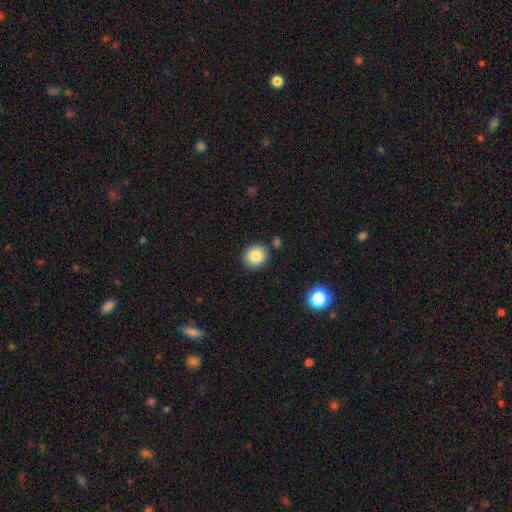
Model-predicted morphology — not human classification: This is clearly a smooth galaxy (85%). How rounded: clearly round (83%). Merging: clearly none (86%).